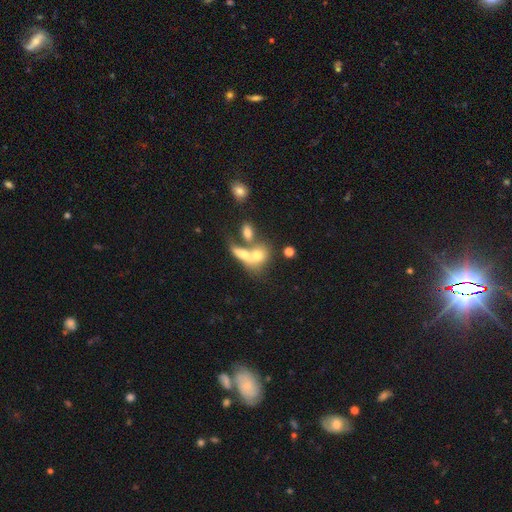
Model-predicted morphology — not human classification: This is likely a smooth galaxy (64%). How rounded: possibly in between (55%). Merging: likely merger (60%).